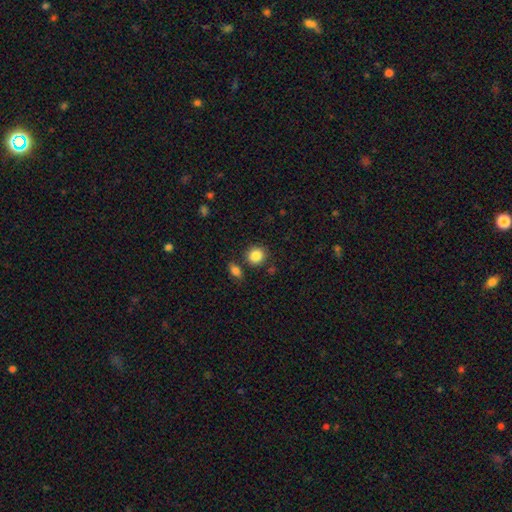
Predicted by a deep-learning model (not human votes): This appears to be a smooth galaxy with no disk features (86%) that is round (85%). Merging: none (81%).